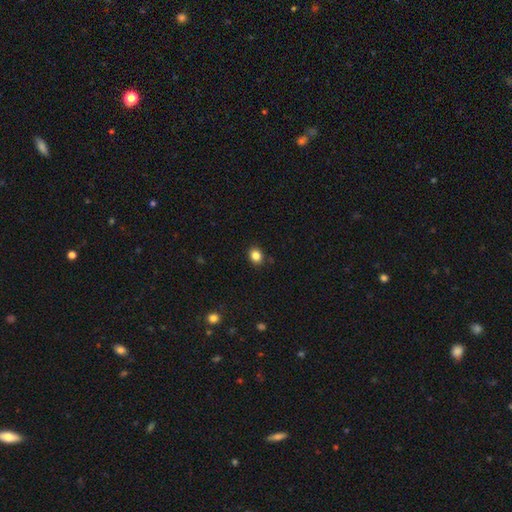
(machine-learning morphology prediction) Smooth or featured?
  - smooth: 84% *
  - star or artifact: 11%
  - featured or disk: 5%
How rounded?
  - round: 57% *
  - in between: 42%
  - cigar-shaped: 1%
Merging?
  - none: 88% *
  - minor disturbance: 9%
  - major disturbance: 2%
  - merger: 1%